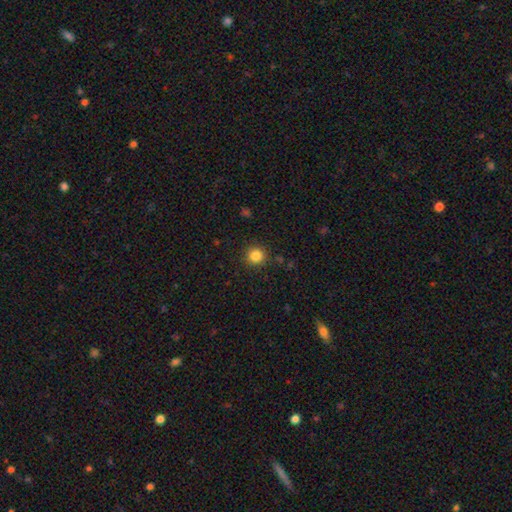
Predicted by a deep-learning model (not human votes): A smooth galaxy with no disk features (84%) that is round (94%). Merging: none (91%).